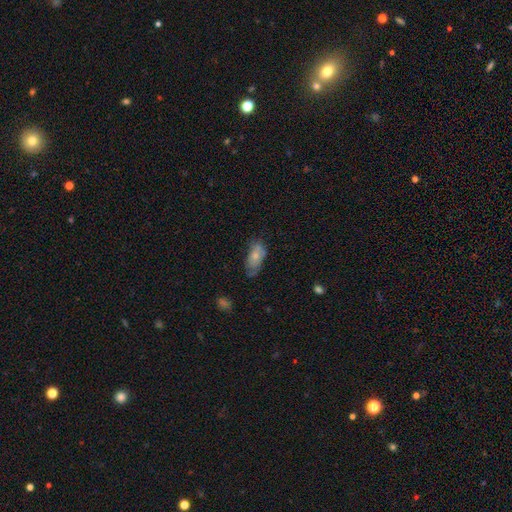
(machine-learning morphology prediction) type=smooth (64%); roundness=in between (89%); merging=none (48%).